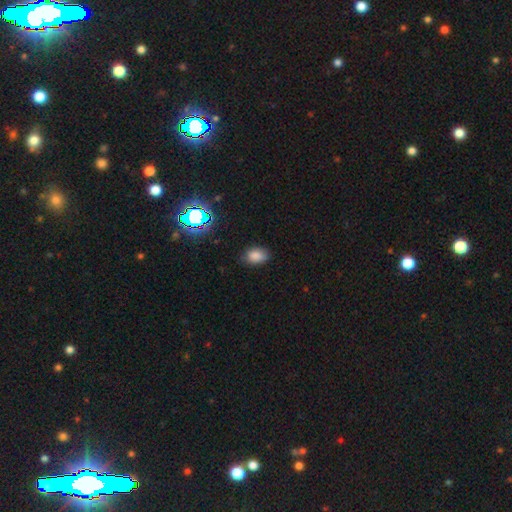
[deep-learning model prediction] Smooth or featured? Predicted: smooth (p=0.81). How rounded? Predicted: in between (p=0.83). Merging? Predicted: none (p=0.79).